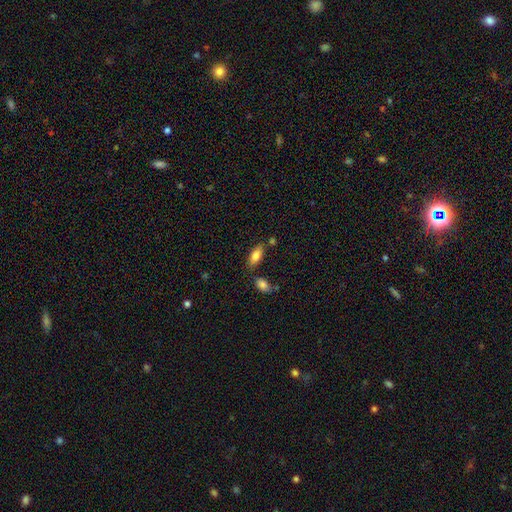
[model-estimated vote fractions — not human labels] Smooth or featured? smooth (81%)
How rounded? in between (86%)
Merging? none (74%)